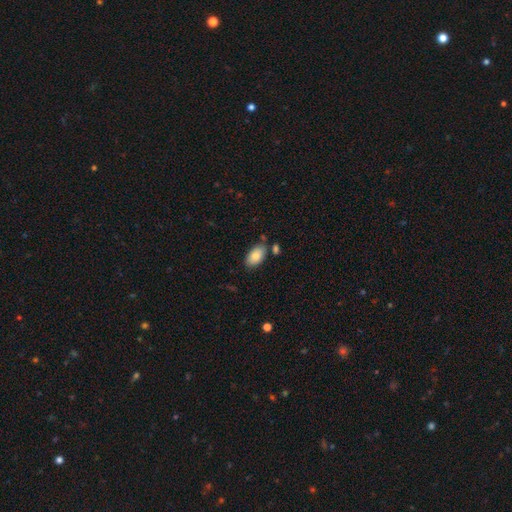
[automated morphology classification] Smooth or featured? Predicted: smooth (p=0.82). How rounded? Predicted: in between (p=0.94). Merging? Predicted: none (p=0.77).